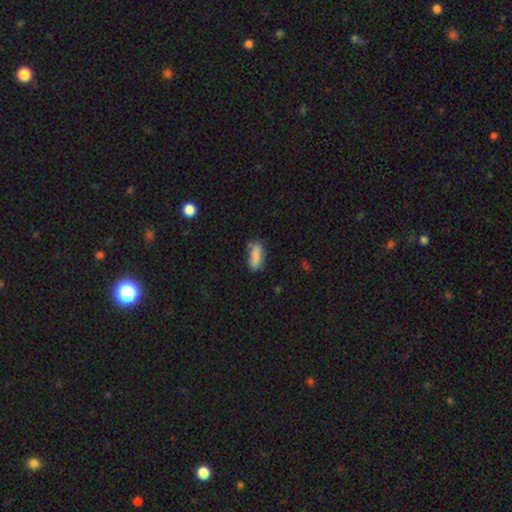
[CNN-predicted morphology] This is clearly a smooth galaxy (85%). How rounded: likely in between (74%). Merging: likely none (67%).